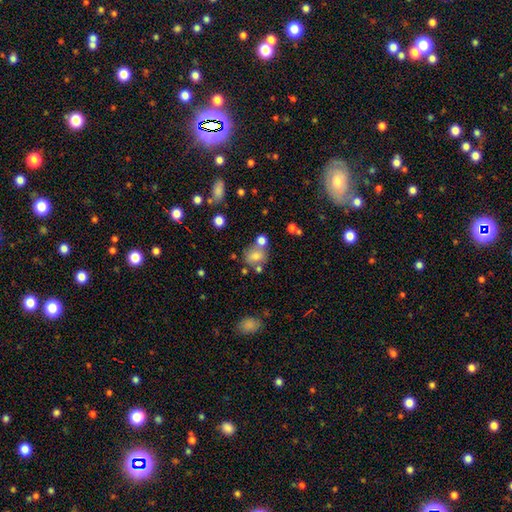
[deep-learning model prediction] Overall: smooth (72%). How rounded: round (60%; in between 38%). Merging: none (55%; merger 24%).